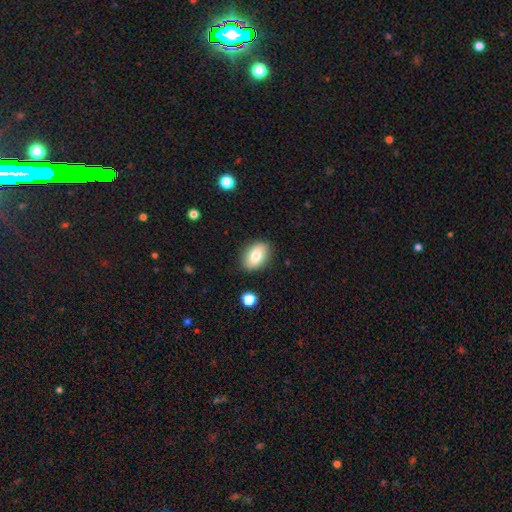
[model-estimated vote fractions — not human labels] This is likely a smooth galaxy (76%). How rounded: clearly in between (86%). Merging: clearly none (86%).